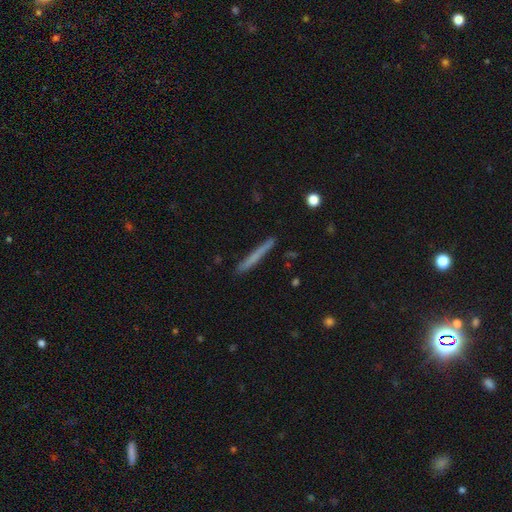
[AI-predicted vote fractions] A smooth galaxy with no disk features (63%) that is cigar-shaped (97%).

Vote fractions:
- Smooth or featured? smooth: 63% / featured or disk: 31% / star or artifact: 6%
- How rounded? cigar-shaped: 97% / in between: 2% / round: 1%
- Merging? none: 90% / minor disturbance: 8% / major disturbance: 1% / merger: 1%